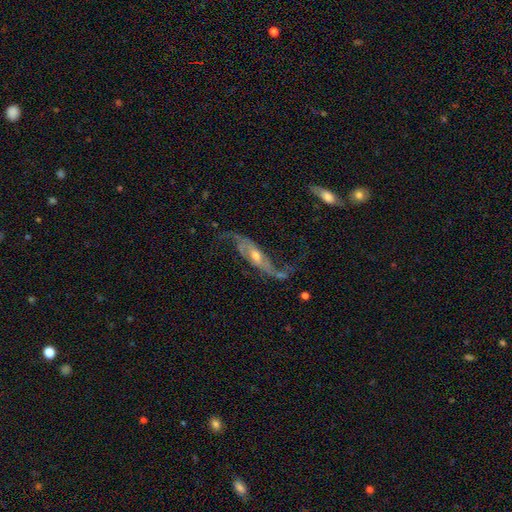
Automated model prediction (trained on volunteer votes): Smooth or featured? featured or disk (86%)
Edge-on disk? no (84%)
Bar? no (43%)
Spiral arms? yes (94%)
Spiral winding? loose (79%)
Spiral arm count? 2 (90%)
Bulge size? moderate (56%)
Merging? none (59%)